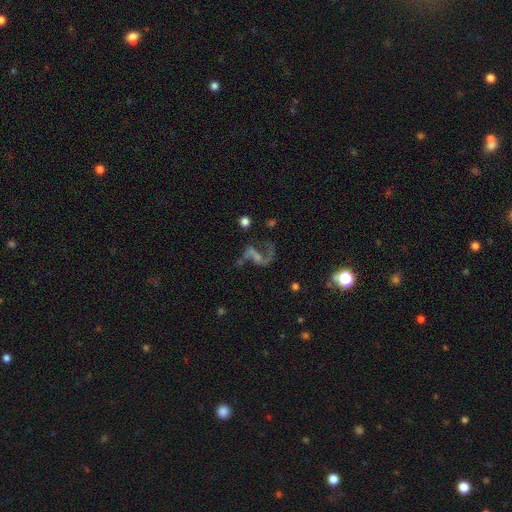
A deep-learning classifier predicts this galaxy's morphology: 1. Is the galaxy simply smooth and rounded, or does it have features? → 79% featured or disk, 12% star or artifact, 8% smooth.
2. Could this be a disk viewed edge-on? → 97% no, 3% yes.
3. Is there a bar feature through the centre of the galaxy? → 39% weak, 38% no, 24% strong.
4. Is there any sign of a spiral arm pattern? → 91% yes, 9% no.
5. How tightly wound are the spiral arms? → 73% loose, 22% medium, 5% tight.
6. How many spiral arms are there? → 84% 2, 10% 1, 3% can't tell, 1% 3, 1% 4, 1% more than 4.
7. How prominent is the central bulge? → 44% small, 38% none, 15% moderate, 2% large, 1% dominant.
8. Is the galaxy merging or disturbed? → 56% none, 22% major disturbance, 15% minor disturbance, 7% merger.